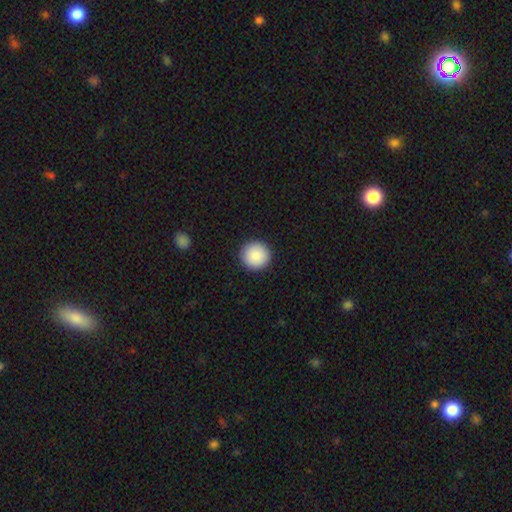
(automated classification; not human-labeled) A smooth galaxy with no disk features (89%) that is round (96%).

Vote fractions:
- Smooth or featured? smooth: 89% / star or artifact: 7% / featured or disk: 4%
- How rounded? round: 96% / in between: 3% / cigar-shaped: 1%
- Merging? none: 93% / minor disturbance: 5% / major disturbance: 1% / merger: 1%